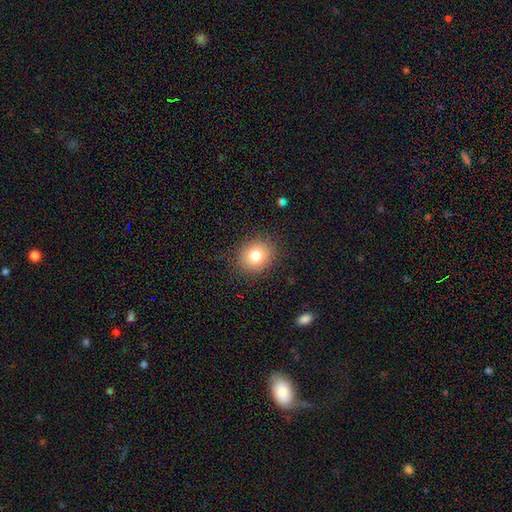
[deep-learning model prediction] Overall: smooth (79%). How rounded: round (70%). Merging: none (87%).